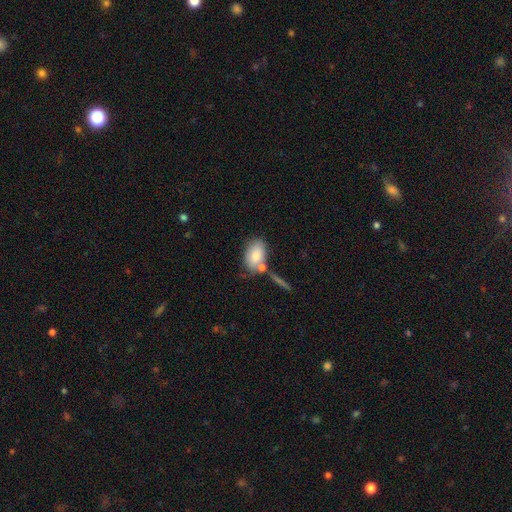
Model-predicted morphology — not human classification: This appears to be a smooth galaxy with no disk features (79%) that is in between round and cigar-shaped (88%). Merging: none (53%).